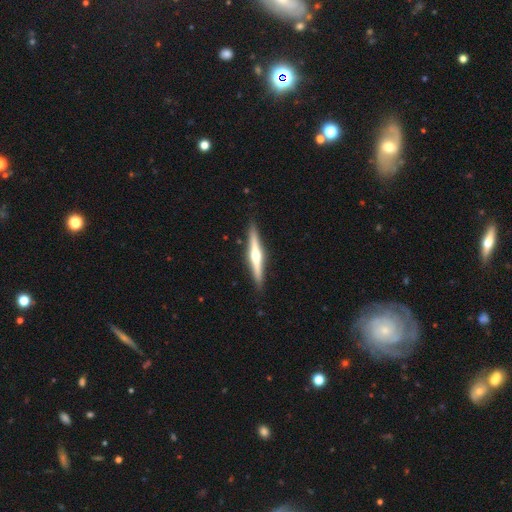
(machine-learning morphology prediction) Smooth or featured?
  - featured or disk: 71% *
  - smooth: 24%
  - star or artifact: 5%
Edge-on disk?
  - yes: 98% *
  - no: 2%
Edge-on bulge?
  - rounded: 92% *
  - none: 5%
  - boxy: 3%
Merging?
  - none: 91% *
  - minor disturbance: 7%
  - major disturbance: 1%
  - merger: 1%